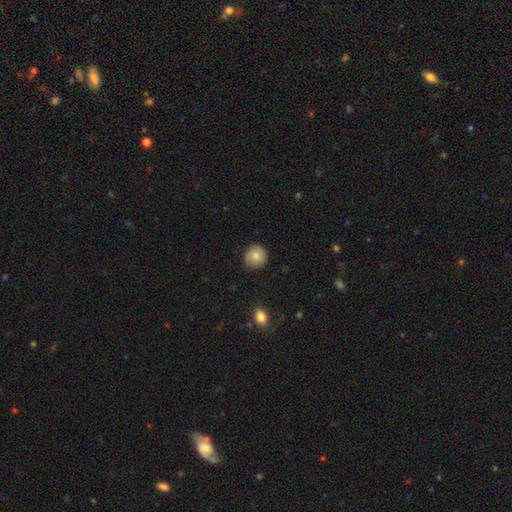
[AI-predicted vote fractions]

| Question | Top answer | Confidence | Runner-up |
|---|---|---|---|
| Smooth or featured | smooth | 73% | featured or disk (19%) |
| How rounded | round | 91% | in between (8%) |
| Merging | none | 79% | minor disturbance (17%) |